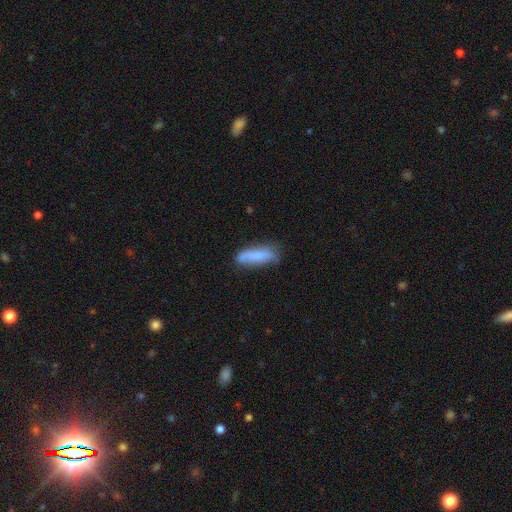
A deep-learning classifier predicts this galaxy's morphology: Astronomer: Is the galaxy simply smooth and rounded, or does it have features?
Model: smooth — 77%.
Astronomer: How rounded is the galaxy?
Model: cigar-shaped — 65%.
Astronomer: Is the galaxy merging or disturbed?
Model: none — 61%.